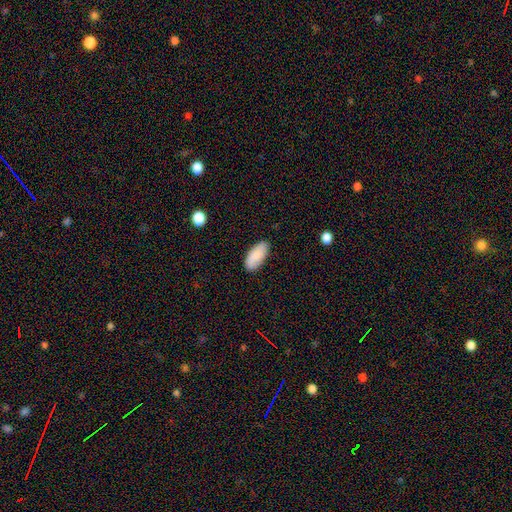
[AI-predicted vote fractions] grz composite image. It shows a smooth galaxy with no disk features (85%) that is in between round and cigar-shaped (91%). Merging: none (84%).